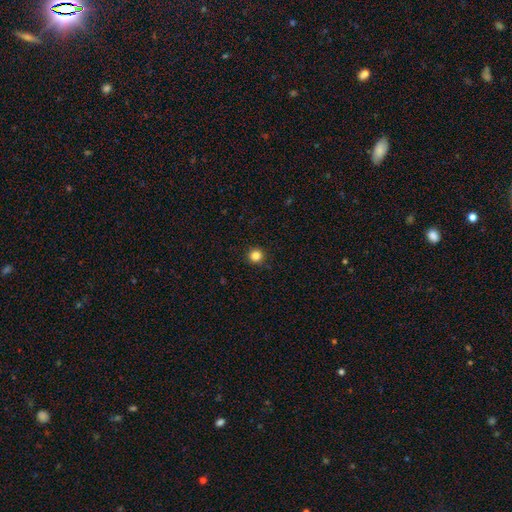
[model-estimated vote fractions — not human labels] smooth-or-featured: smooth: 83% | star or artifact: 13% | featured or disk: 4%
  how-rounded: round: 96% | in between: 3% | cigar-shaped: 1%
  merging: none: 93% | minor disturbance: 4% | major disturbance: 2% | merger: 1%